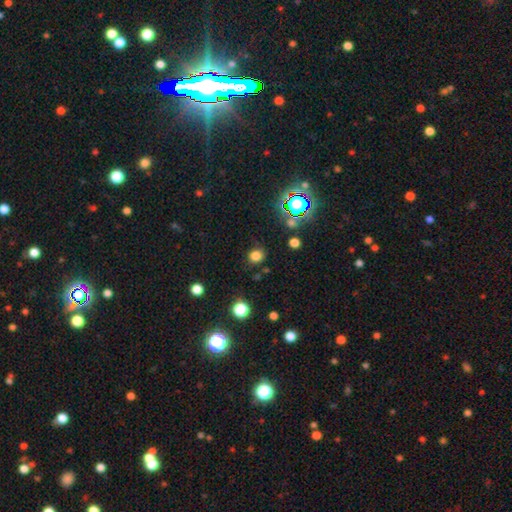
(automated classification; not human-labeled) smooth 77%, star or artifact 18%, featured or disk 5%. Down the decision tree: how rounded — round (83%); merging — none (82%).